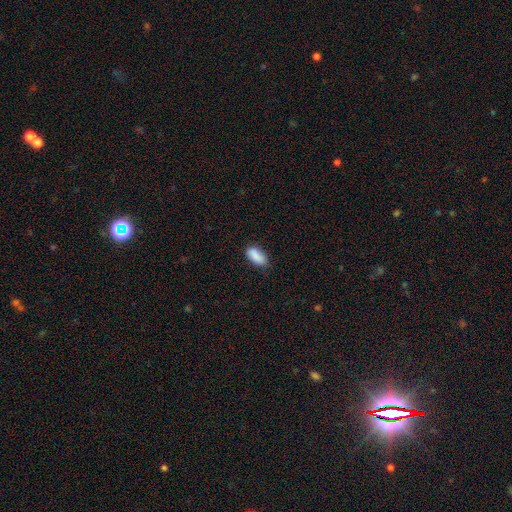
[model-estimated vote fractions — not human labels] Smooth or featured?
  - smooth: 88% *
  - star or artifact: 7%
  - featured or disk: 4%
How rounded?
  - in between: 89% *
  - cigar-shaped: 9%
  - round: 3%
Merging?
  - none: 77% *
  - minor disturbance: 18%
  - major disturbance: 3%
  - merger: 1%